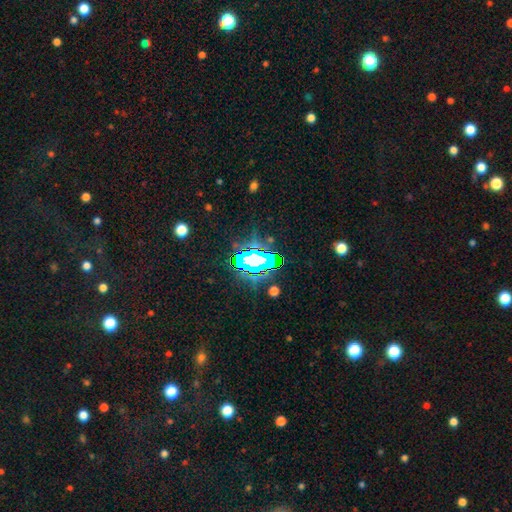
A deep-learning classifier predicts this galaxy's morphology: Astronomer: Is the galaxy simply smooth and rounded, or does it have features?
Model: star or artifact — 63%.